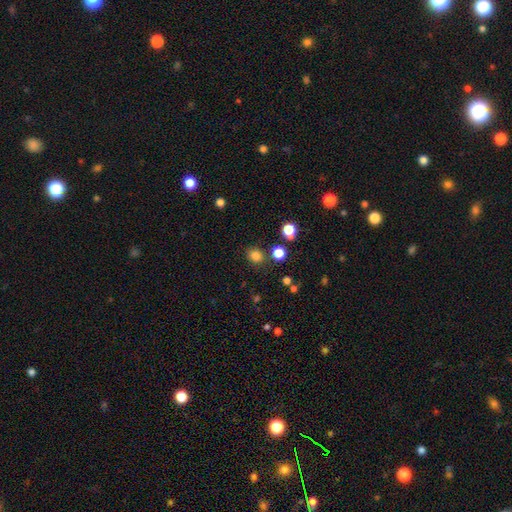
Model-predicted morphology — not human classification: Smooth or featured: smooth — 80% (star or artifact — 15%)
How rounded: round — 73% (in between — 26%)
Merging: none — 83% (minor disturbance — 9%)